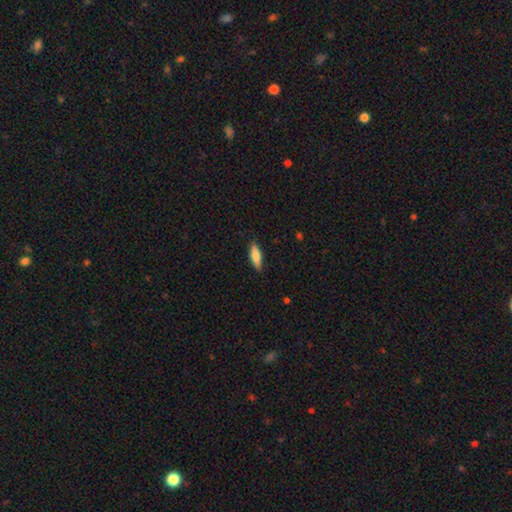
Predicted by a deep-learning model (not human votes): smooth 75%, featured or disk 19%, star or artifact 6%. Down the decision tree: how rounded — cigar-shaped (51%); merging — none (86%).